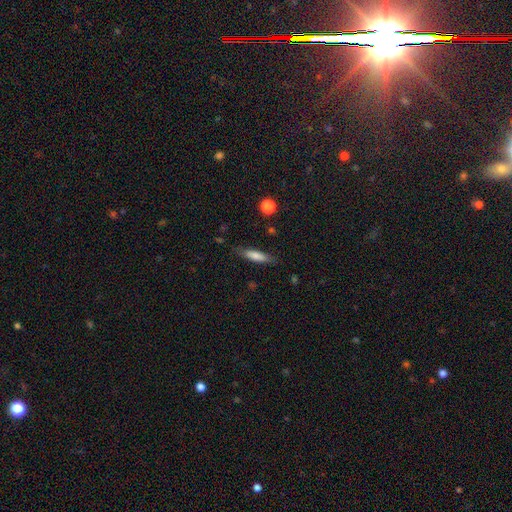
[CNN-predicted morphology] This appears to be a smooth galaxy with no disk features (72%) that is cigar-shaped (76%). Merging: none (81%).